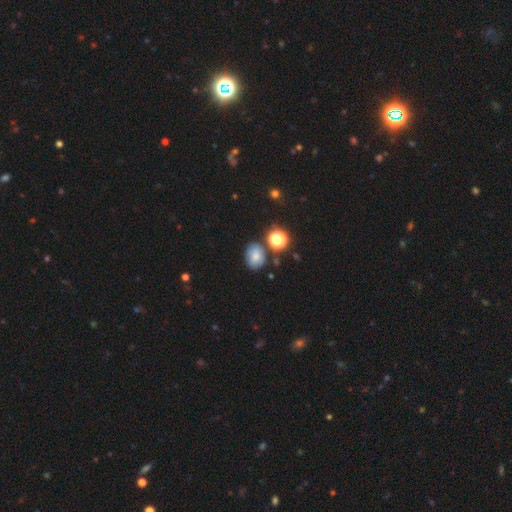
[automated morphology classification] This appears to be a smooth galaxy with no disk features (63%) that is round (52%). Merging: none (68%).